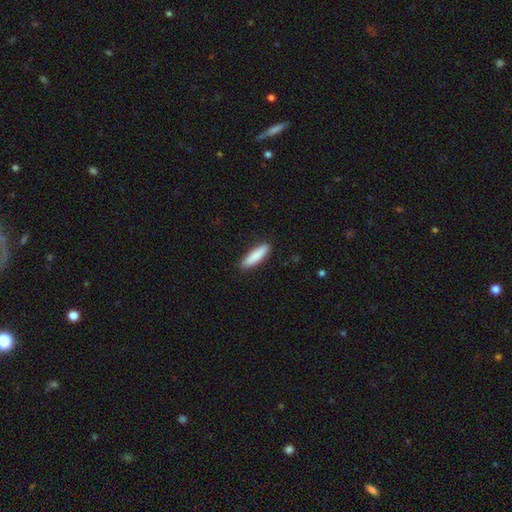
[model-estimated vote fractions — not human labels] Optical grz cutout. It shows a smooth galaxy with no disk features (86%) that is cigar-shaped (78%). Merging: none (90%).